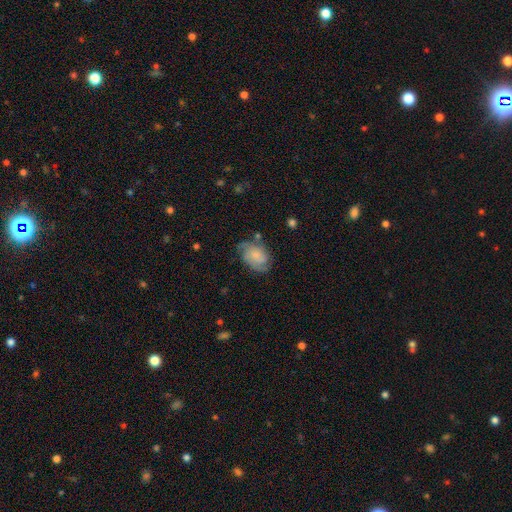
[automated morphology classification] Q: Smooth or featured?
A: featured or disk (55%); runner-up: smooth (37%)
Q: Edge-on disk?
A: no (97%); runner-up: yes (3%)
Q: Bar?
A: no (72%); runner-up: weak (24%)
Q: Spiral arms?
A: yes (88%); runner-up: no (12%)
Q: Bulge size?
A: small (49%); runner-up: moderate (24%)
Q: Merging?
A: none (60%); runner-up: minor disturbance (26%)